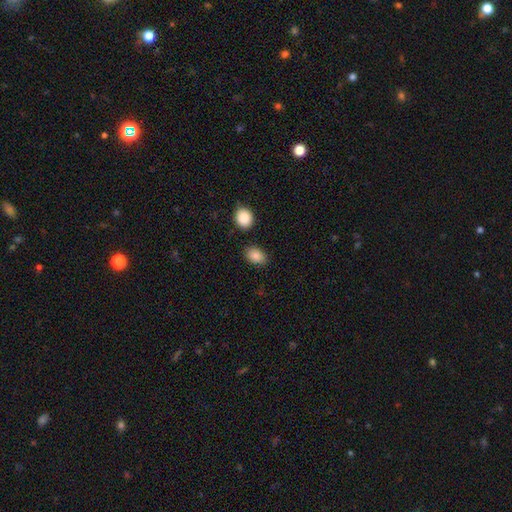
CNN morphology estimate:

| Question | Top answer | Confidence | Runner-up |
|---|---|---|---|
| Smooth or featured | smooth | 88% | star or artifact (8%) |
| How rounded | in between | 80% | round (19%) |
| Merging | none | 82% | minor disturbance (11%) |